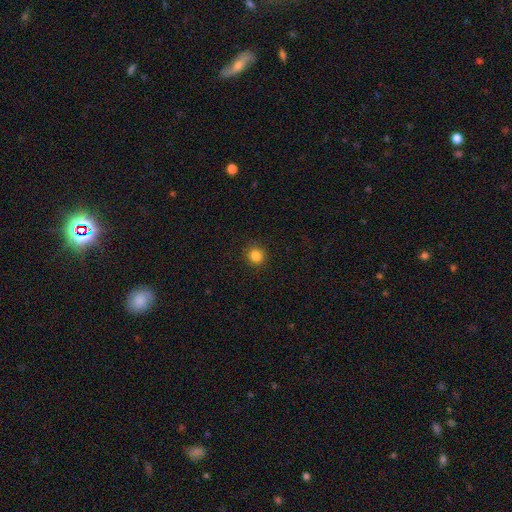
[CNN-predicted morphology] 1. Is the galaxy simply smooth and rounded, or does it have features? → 84% smooth, 11% star or artifact, 5% featured or disk.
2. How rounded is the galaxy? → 92% round, 7% in between, 1% cigar-shaped.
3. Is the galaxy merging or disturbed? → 91% none, 6% minor disturbance, 2% major disturbance, 1% merger.